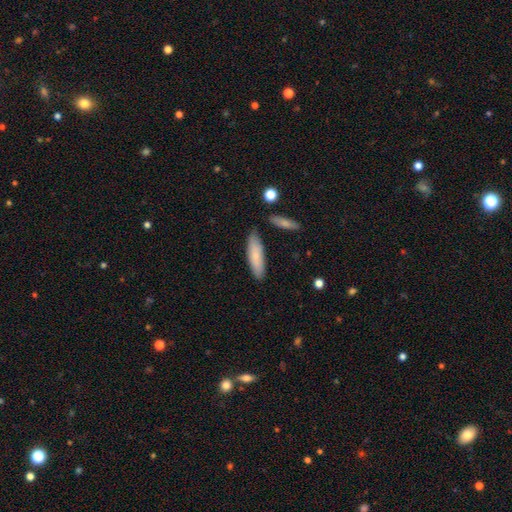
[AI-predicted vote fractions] A smooth galaxy with no disk features (79%) that is cigar-shaped (56%). Merging: none (81%).